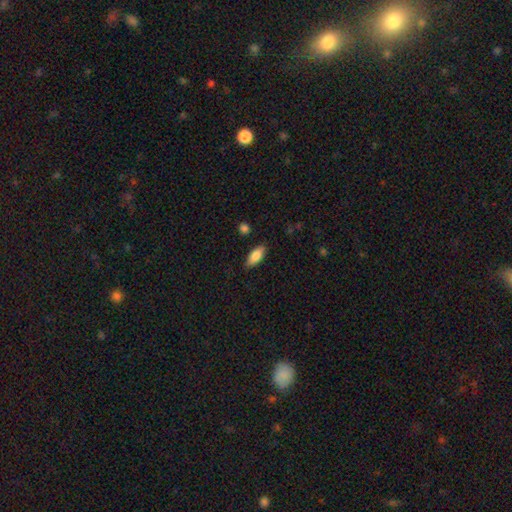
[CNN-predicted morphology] Smooth or featured? Predicted: smooth (p=0.82). How rounded? Predicted: in between (p=0.81). Merging? Predicted: none (p=0.85).